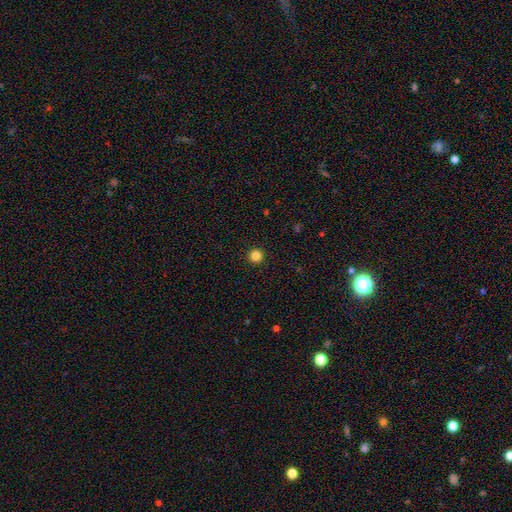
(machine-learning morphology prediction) smooth 84%, star or artifact 13%, featured or disk 3%. Down the decision tree: how rounded — round (96%); merging — none (94%).